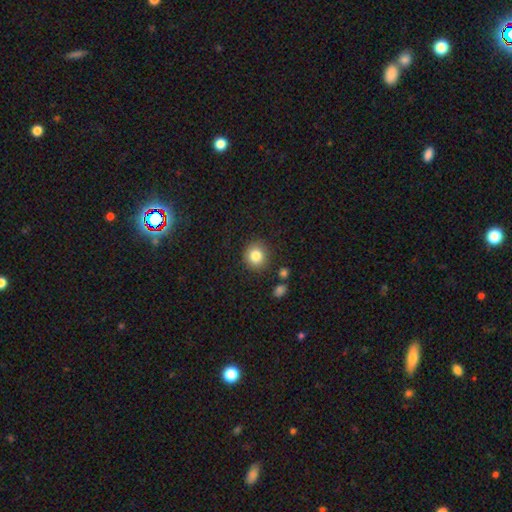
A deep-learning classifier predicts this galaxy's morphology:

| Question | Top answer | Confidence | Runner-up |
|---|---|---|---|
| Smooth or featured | smooth | 83% | star or artifact (10%) |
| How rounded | round | 87% | in between (12%) |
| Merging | none | 86% | minor disturbance (9%) |